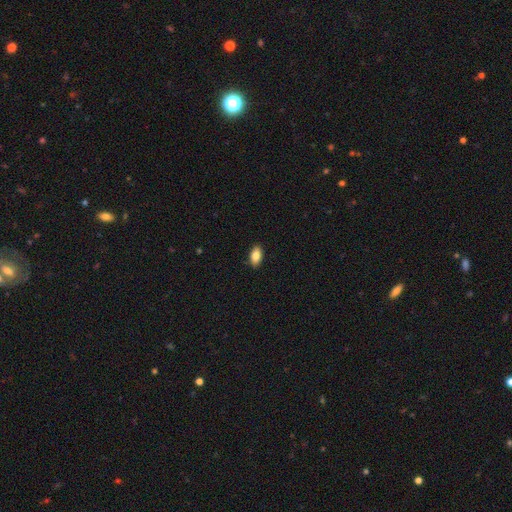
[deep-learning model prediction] Q: Smooth or featured?
A: smooth (82%); runner-up: featured or disk (11%)
Q: How rounded?
A: in between (91%); runner-up: cigar-shaped (5%)
Q: Merging?
A: none (90%); runner-up: minor disturbance (8%)